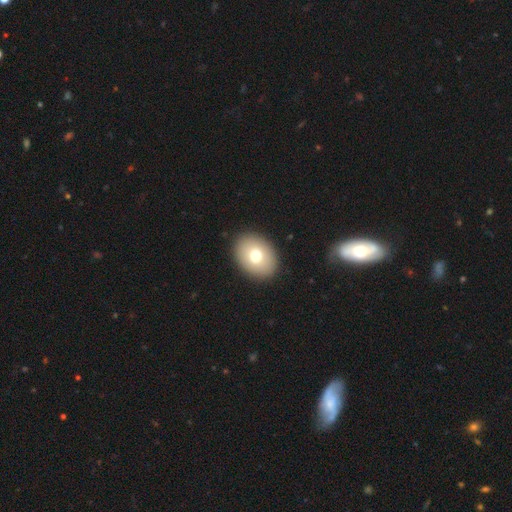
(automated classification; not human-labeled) Smooth or featured? Predicted: smooth (p=0.74). How rounded? Predicted: in between (p=0.66). Merging? Predicted: none (p=0.91).